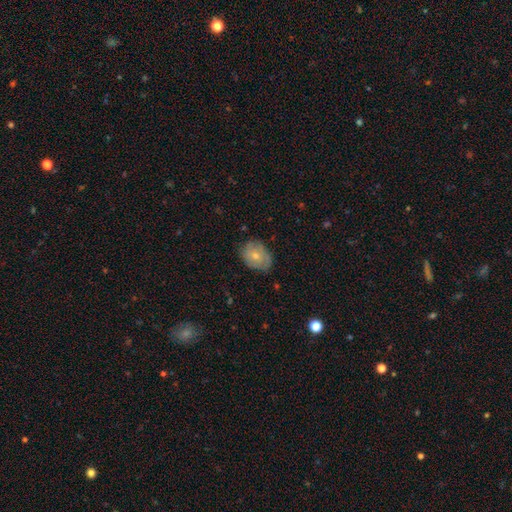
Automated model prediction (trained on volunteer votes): This appears to be a smooth galaxy with no disk features (66%) that is in between round and cigar-shaped (63%). Merging: none (69%).